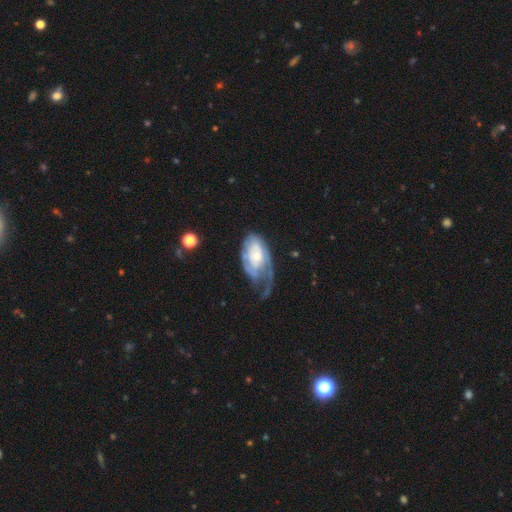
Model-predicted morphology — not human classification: featured or disk 70%, smooth 24%, star or artifact 6%. Down the decision tree: edge-on disk — no (95%); bar — no (73%); spiral arms — yes (83%); spiral arm count — 1 (36%); spiral winding — tight (48%); bulge size — small (49%); merging — major disturbance (44%).